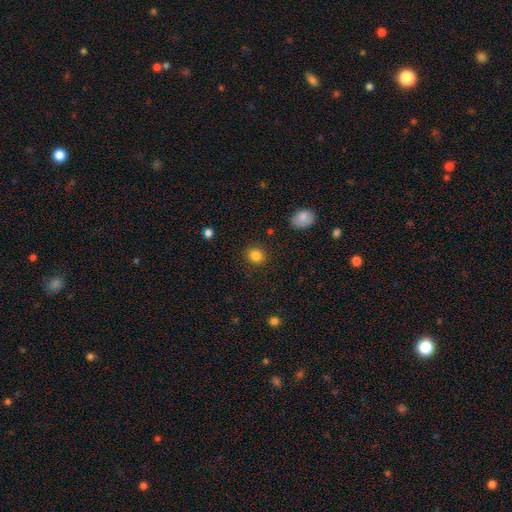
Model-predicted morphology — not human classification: smooth 85%, star or artifact 11%, featured or disk 4%. Down the decision tree: how rounded — round (80%); merging — none (89%).